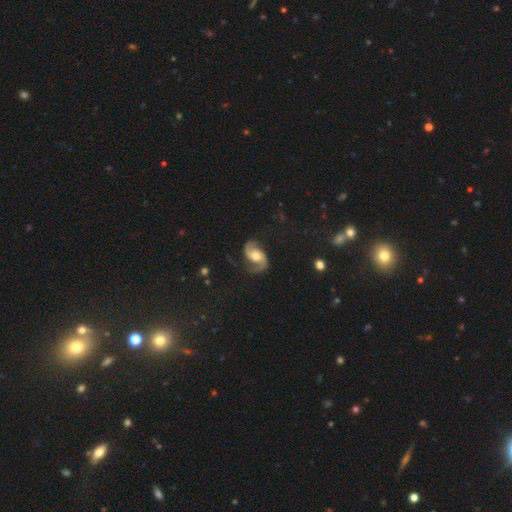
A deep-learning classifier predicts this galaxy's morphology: This is clearly a featured or disk galaxy (87%). It is clearly not viewed edge-on (98%). Bar: possibly no (59%). Spiral arm pattern: clearly yes (97%). Spiral arm count: clearly 2 (92%). Spiral winding: possibly medium (48%). Central bulge: likely moderate (64%). Merging: likely none (75%).